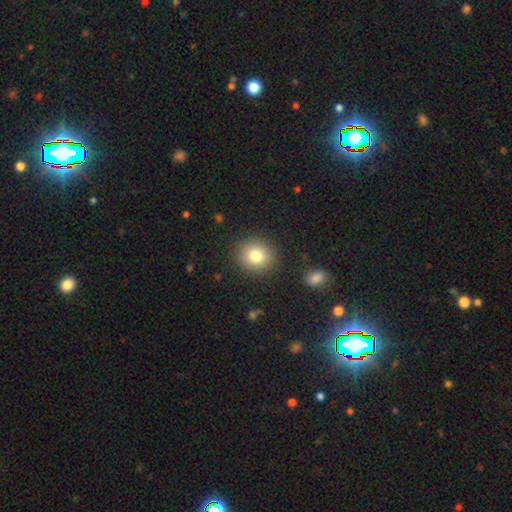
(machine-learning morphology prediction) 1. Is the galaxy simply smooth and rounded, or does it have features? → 80% smooth, 11% star or artifact, 9% featured or disk.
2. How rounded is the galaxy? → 82% round, 17% in between, 1% cigar-shaped.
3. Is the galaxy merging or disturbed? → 89% none, 7% minor disturbance, 3% major disturbance, 1% merger.